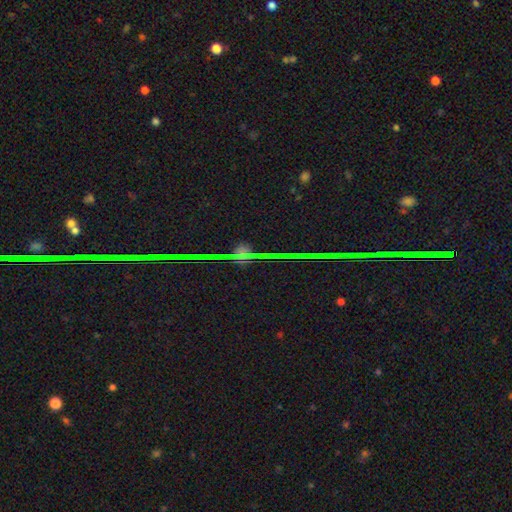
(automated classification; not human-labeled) A star or artifact, not a galaxy (75%).